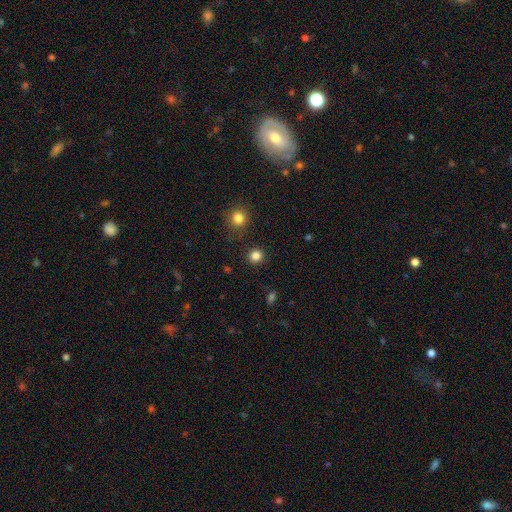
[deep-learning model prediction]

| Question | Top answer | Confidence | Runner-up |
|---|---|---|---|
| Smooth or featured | smooth | 83% | star or artifact (13%) |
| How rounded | round | 89% | in between (10%) |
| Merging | none | 90% | minor disturbance (6%) |